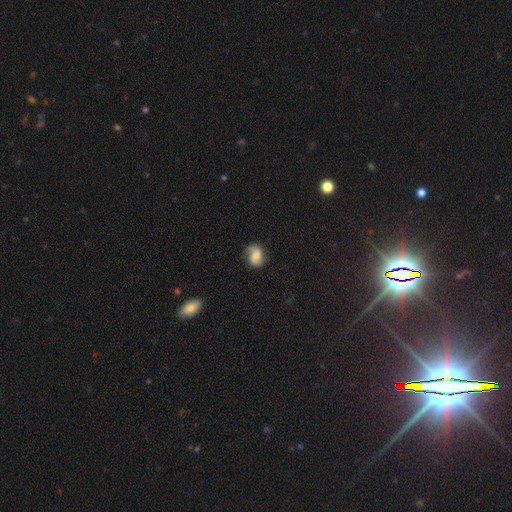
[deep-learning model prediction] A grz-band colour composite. It shows a smooth galaxy with no disk features (51%) that is in between round and cigar-shaped (60%). Merging: none (66%).